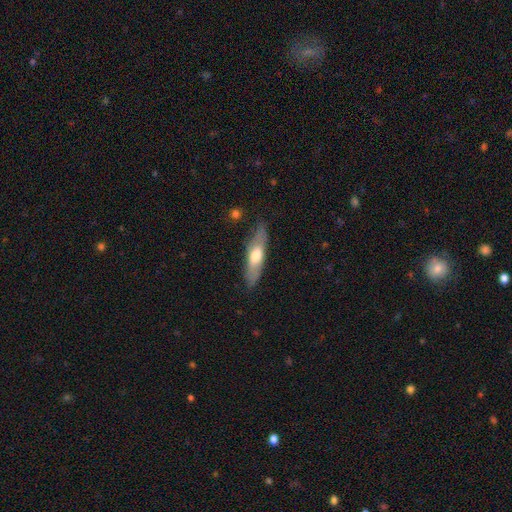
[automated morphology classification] Smooth or featured? Predicted: smooth (p=0.54). How rounded? Predicted: cigar-shaped (p=0.59). Merging? Predicted: none (p=0.78).